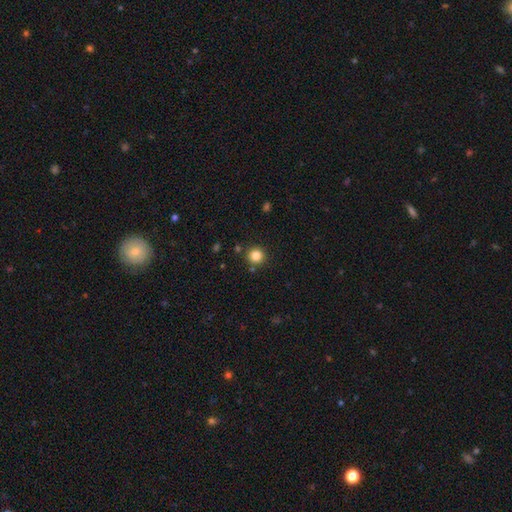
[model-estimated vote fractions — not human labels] This appears to be a smooth galaxy with no disk features (84%) that is round (94%). Merging: none (87%).